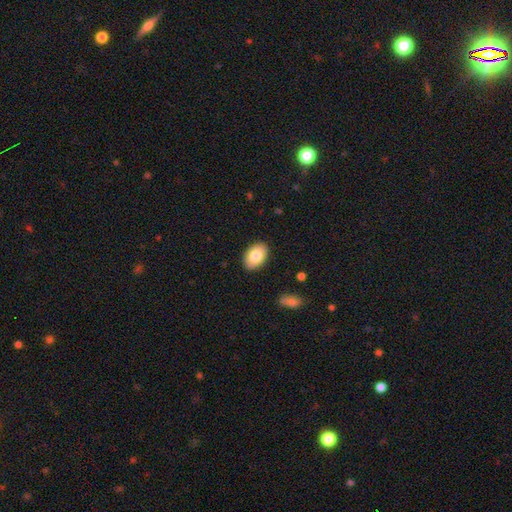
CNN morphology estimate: A smooth galaxy with no disk features (82%) that is in between round and cigar-shaped (90%).

Vote fractions:
- Smooth or featured? smooth: 82% / featured or disk: 11% / star or artifact: 7%
- How rounded? in between: 90% / round: 9% / cigar-shaped: 1%
- Merging? none: 88% / minor disturbance: 9% / major disturbance: 2% / merger: 1%